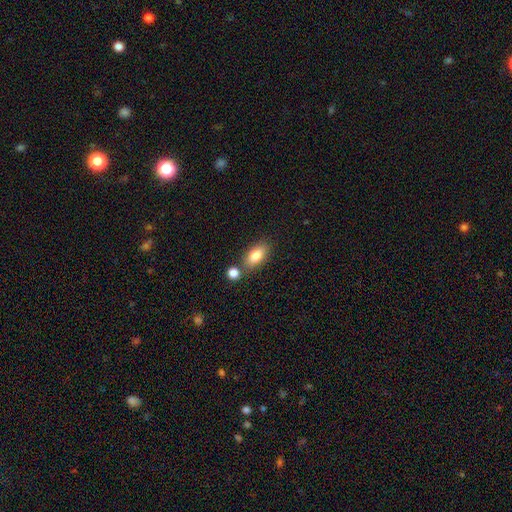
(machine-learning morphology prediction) Smooth or featured? Predicted: smooth (p=0.81). How rounded? Predicted: in between (p=0.88). Merging? Predicted: none (p=0.69).